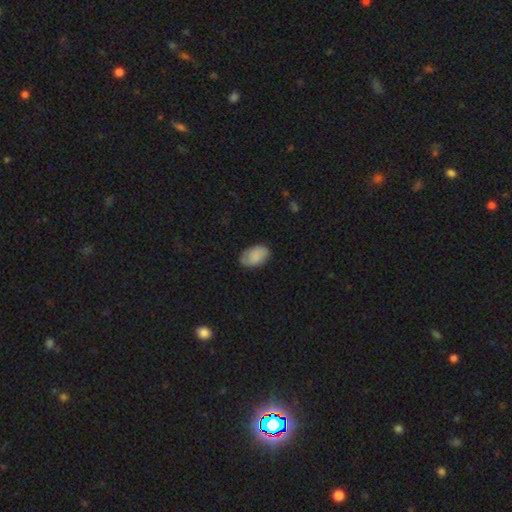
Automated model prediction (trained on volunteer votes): Smooth or featured?
  - smooth: 76% *
  - featured or disk: 16%
  - star or artifact: 8%
How rounded?
  - in between: 91% *
  - round: 8%
  - cigar-shaped: 1%
Merging?
  - none: 78% *
  - minor disturbance: 17%
  - major disturbance: 4%
  - merger: 1%